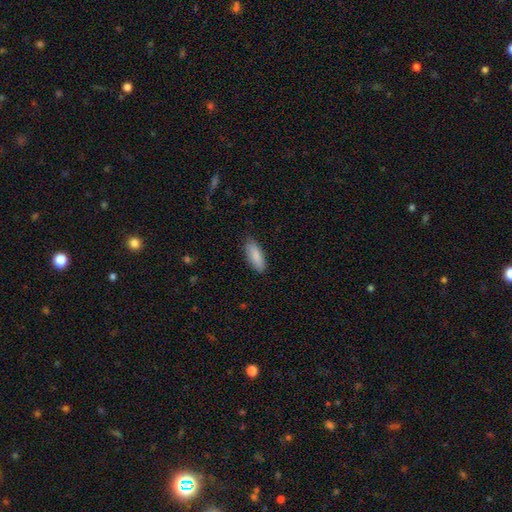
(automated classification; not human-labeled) Morphology: type=smooth (87%); roundness=in between (74%); merging=none (84%).